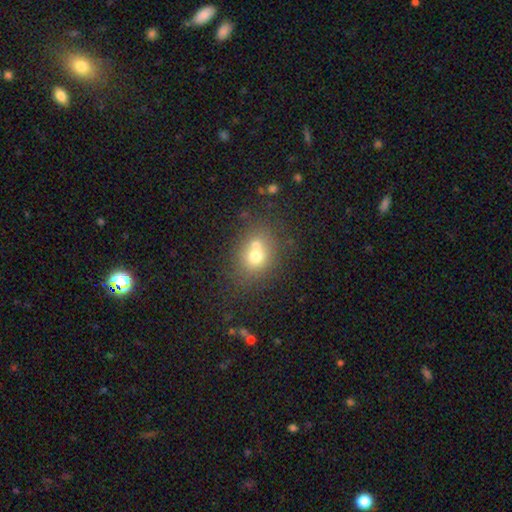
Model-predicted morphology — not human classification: This appears to be a smooth galaxy with no disk features (67%) that is round (65%). Merging: none (47%).